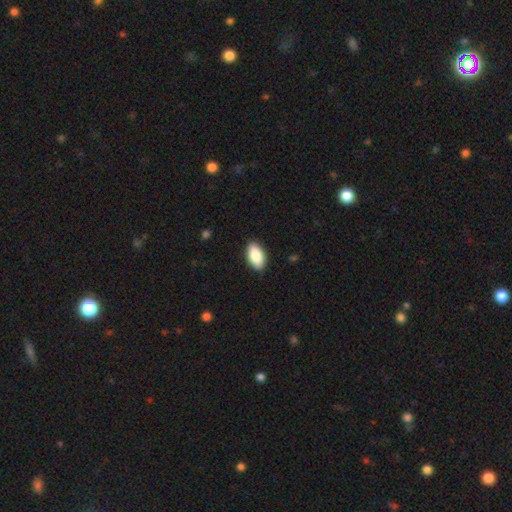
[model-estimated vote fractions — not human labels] Smooth or featured? smooth (87%)
How rounded? in between (93%)
Merging? none (88%)